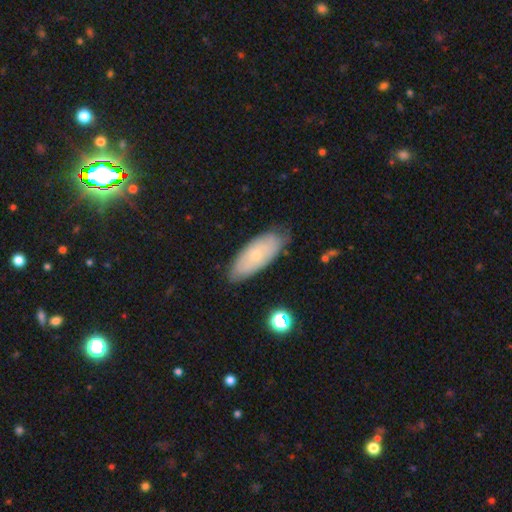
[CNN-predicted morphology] Q: Smooth or featured?
A: smooth (57%); runner-up: featured or disk (37%)
Q: How rounded?
A: in between (82%); runner-up: cigar-shaped (16%)
Q: Merging?
A: none (76%); runner-up: minor disturbance (19%)